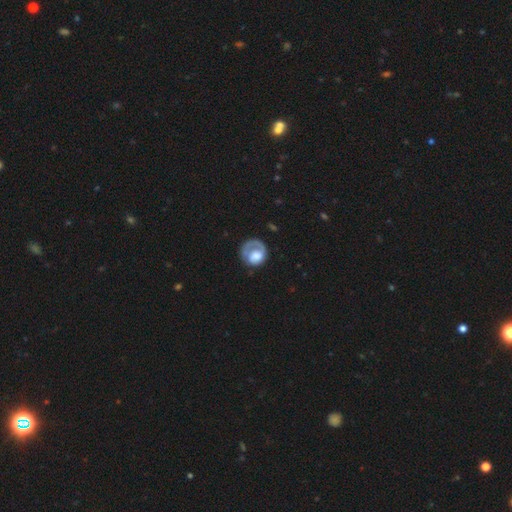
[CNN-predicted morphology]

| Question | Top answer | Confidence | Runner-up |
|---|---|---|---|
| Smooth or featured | featured or disk | 50% | smooth (44%) |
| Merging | none | 50% | major disturbance (27%) |